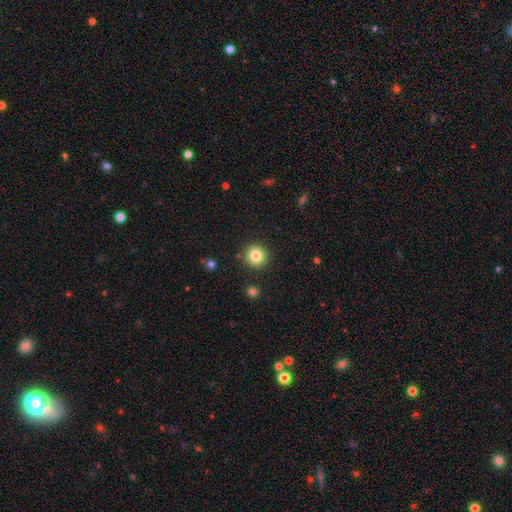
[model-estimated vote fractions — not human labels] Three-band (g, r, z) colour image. It shows a smooth galaxy with no disk features (83%) that is round (94%). Merging: none (91%).